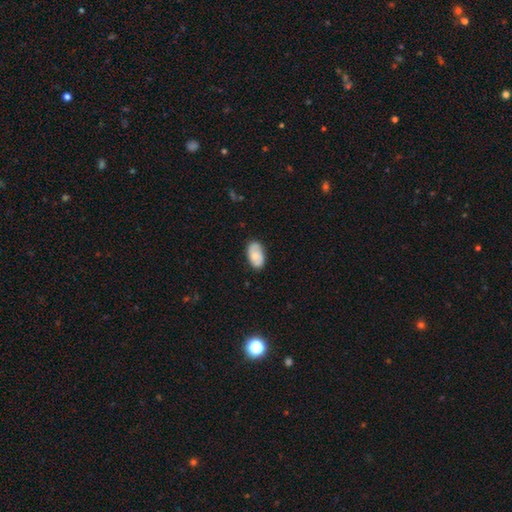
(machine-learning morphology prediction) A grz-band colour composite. It shows a smooth galaxy with no disk features (59%) that is in between round and cigar-shaped (93%). Merging: none (80%).